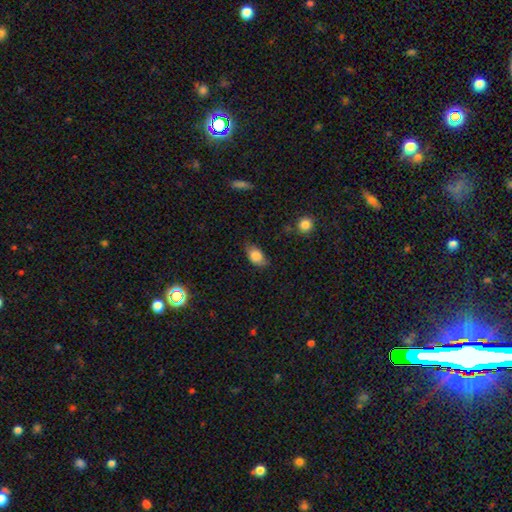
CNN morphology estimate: type=smooth (83%); roundness=in between (87%); merging=none (69%).